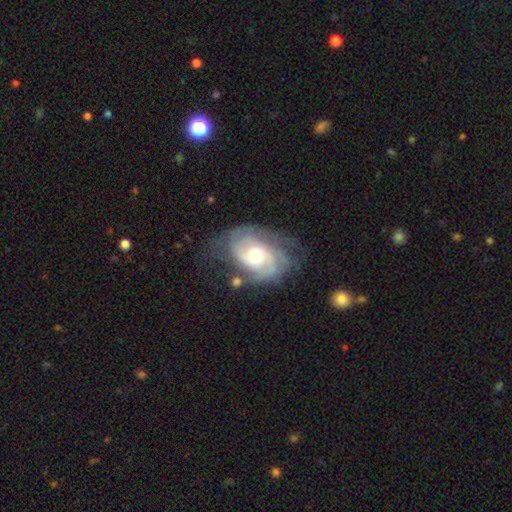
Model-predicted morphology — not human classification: The model was most divided on "spiral winding": tight: 51%, medium: 37%, loose: 12%. Remaining: edge-on disk — no (97%); spiral arms — yes (94%); smooth or featured — featured or disk (83%); bar — no (63%); bulge size — moderate (61%); merging — none (59%); spiral arm count — 2 (43%).